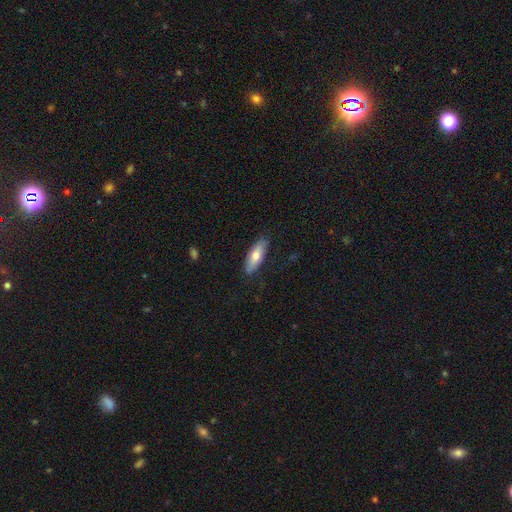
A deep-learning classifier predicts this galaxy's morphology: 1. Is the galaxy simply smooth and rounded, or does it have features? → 71% smooth, 23% featured or disk, 6% star or artifact.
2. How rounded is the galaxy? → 56% in between, 41% cigar-shaped, 2% round.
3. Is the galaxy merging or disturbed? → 84% none, 13% minor disturbance, 2% major disturbance, 1% merger.